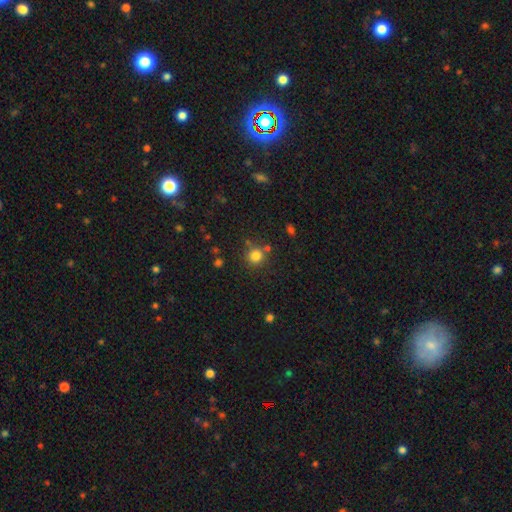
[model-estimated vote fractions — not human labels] Smooth or featured: smooth — 80% (star or artifact — 14%)
How rounded: round — 91% (in between — 8%)
Merging: none — 78% (minor disturbance — 10%)